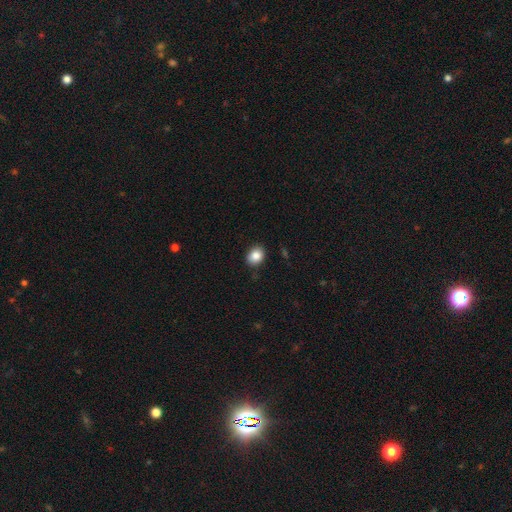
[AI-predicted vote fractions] This appears to be a smooth galaxy with no disk features (86%) that is in between round and cigar-shaped (52%). Merging: none (86%).